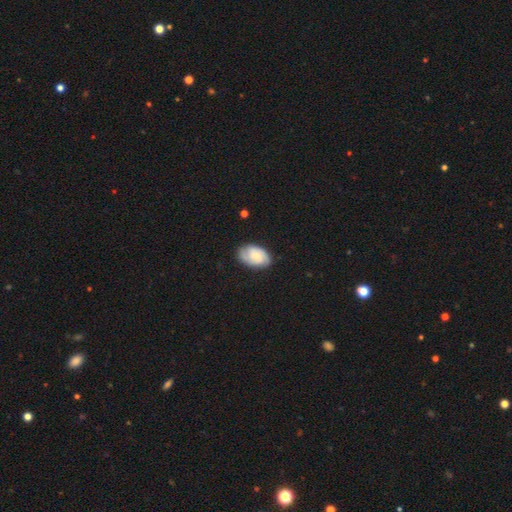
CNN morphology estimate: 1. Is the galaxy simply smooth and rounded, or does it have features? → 51% featured or disk, 42% smooth, 7% star or artifact.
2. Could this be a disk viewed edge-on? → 96% no, 4% yes.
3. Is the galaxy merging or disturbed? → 80% none, 15% minor disturbance, 3% major disturbance, 1% merger.